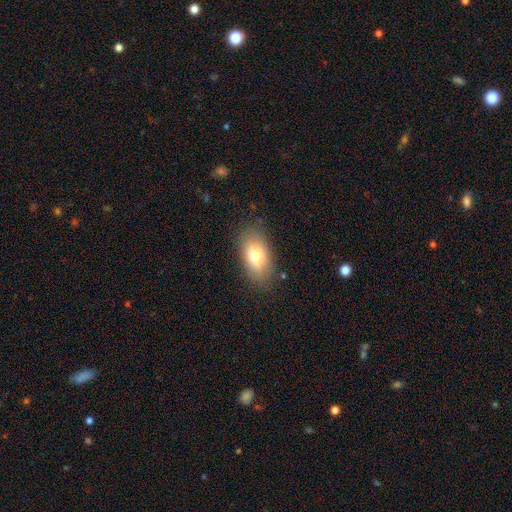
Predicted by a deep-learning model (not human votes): This appears to be a smooth galaxy with no disk features (74%) that is in between round and cigar-shaped (89%). Merging: none (81%).